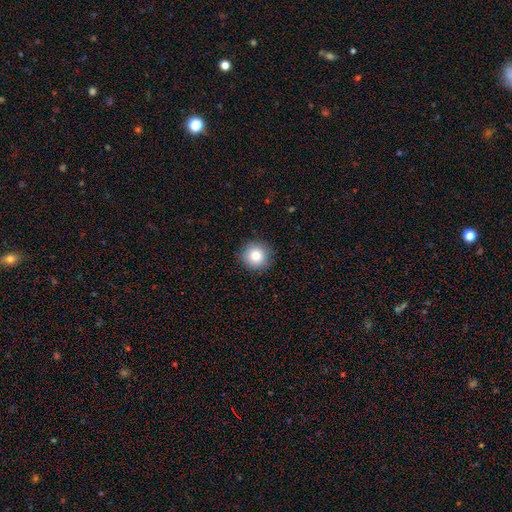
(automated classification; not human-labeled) smooth_or_featured: smooth (p=0.84) [alt: star or artifact p=0.09]
how_rounded: round (p=0.94) [alt: in between p=0.05]
merging: none (p=0.91) [alt: minor disturbance p=0.07]